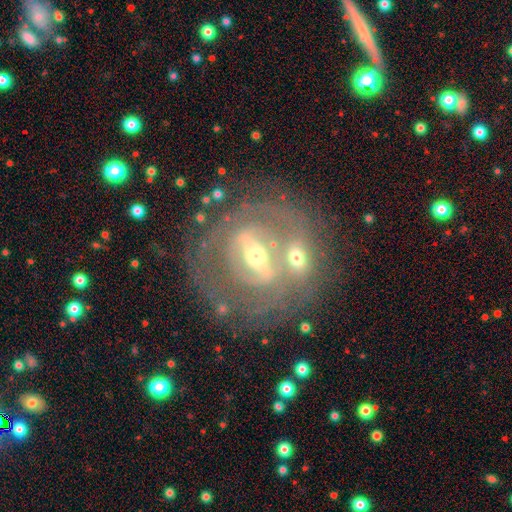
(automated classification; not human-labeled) Overall: featured or disk (83%). Edge-on disk: no (89%). Bar: strong (68%). Spiral arms: yes (59%; no 41%). Bulge size: moderate (51%; small 42%). Merging: none (52%; merger 26%).